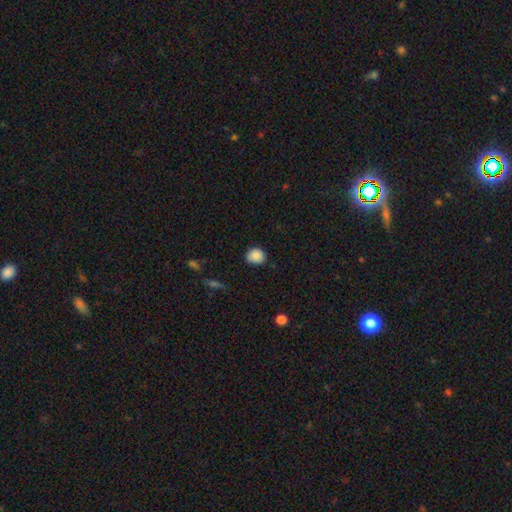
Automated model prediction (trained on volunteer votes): smooth-or-featured: smooth: 88% | star or artifact: 9% | featured or disk: 3%
  how-rounded: round: 77% | in between: 22% | cigar-shaped: 1%
  merging: none: 83% | minor disturbance: 13% | major disturbance: 3% | merger: 1%